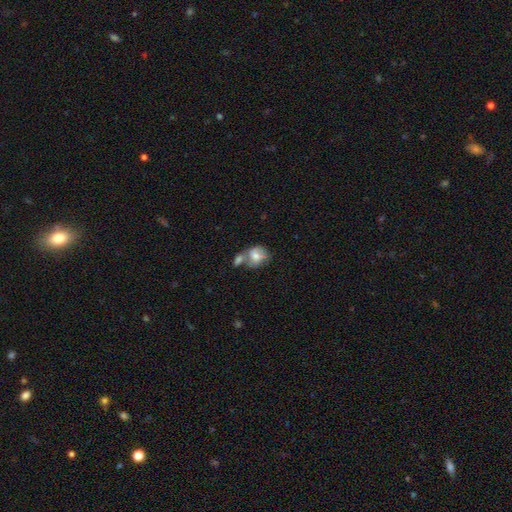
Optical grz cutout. It shows a smooth galaxy with no disk features (76%) that is in between round and cigar-shaped (59%). Merging: merger (50%).